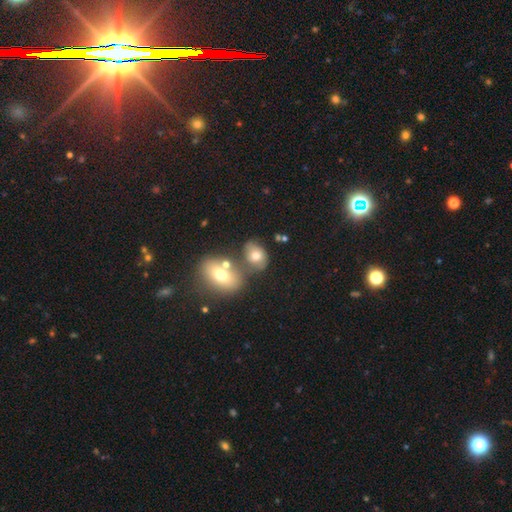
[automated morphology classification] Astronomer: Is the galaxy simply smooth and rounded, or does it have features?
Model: smooth — 70%.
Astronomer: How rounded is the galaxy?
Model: in between — 67%.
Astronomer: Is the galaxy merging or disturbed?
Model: none — 48% (runner-up: merger, 28%).